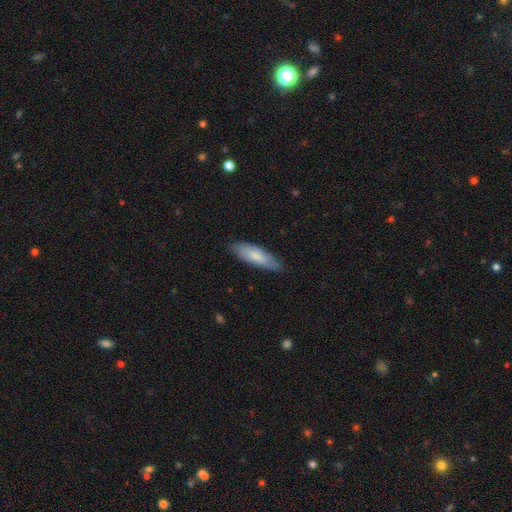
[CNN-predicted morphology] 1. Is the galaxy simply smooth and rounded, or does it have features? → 76% smooth, 19% featured or disk, 5% star or artifact.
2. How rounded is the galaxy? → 49% in between (tied), 49% cigar-shaped (tied), 2% round.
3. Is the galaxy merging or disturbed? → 85% none, 12% minor disturbance, 2% major disturbance, 1% merger.